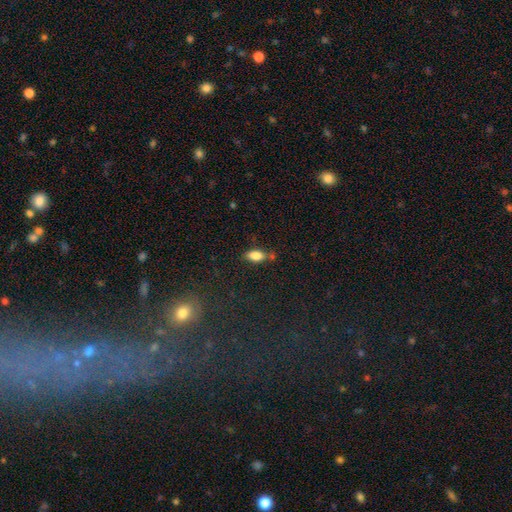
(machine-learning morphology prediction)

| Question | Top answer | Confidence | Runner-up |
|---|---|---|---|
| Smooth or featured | smooth | 81% | featured or disk (10%) |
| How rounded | in between | 88% | cigar-shaped (8%) |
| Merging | none | 69% | minor disturbance (18%) |